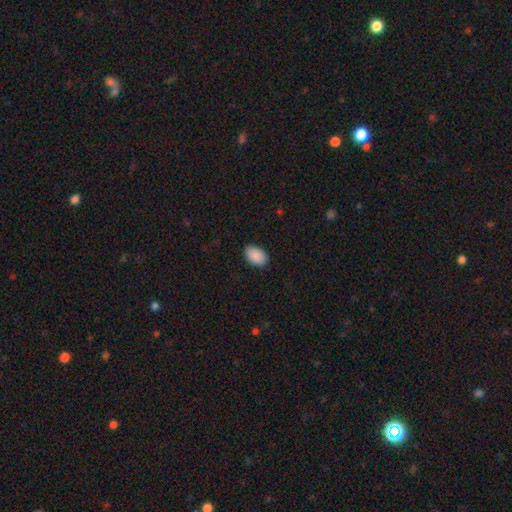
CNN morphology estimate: Smooth or featured?
  - smooth: 90% *
  - star or artifact: 6%
  - featured or disk: 3%
How rounded?
  - in between: 92% *
  - round: 7%
  - cigar-shaped: 1%
Merging?
  - none: 88% *
  - minor disturbance: 9%
  - major disturbance: 2%
  - merger: 1%